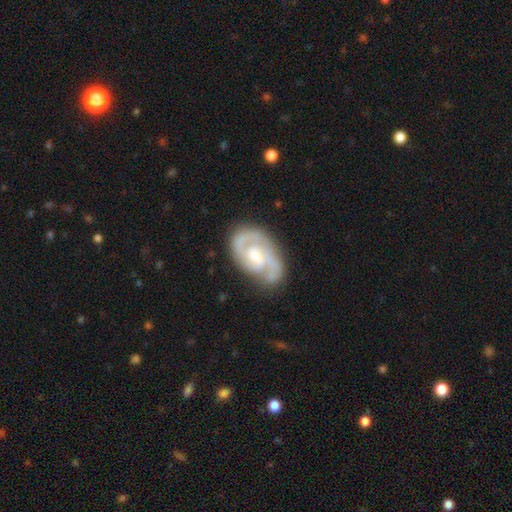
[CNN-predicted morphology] This is clearly a featured or disk galaxy (85%). It is clearly not viewed edge-on (97%). Bar: possibly no (49%). Spiral arm pattern: clearly yes (95%). Spiral arm count: likely 2 (71%). Spiral winding: possibly tight (48%). Central bulge: possibly moderate (55%). Merging: likely none (70%).